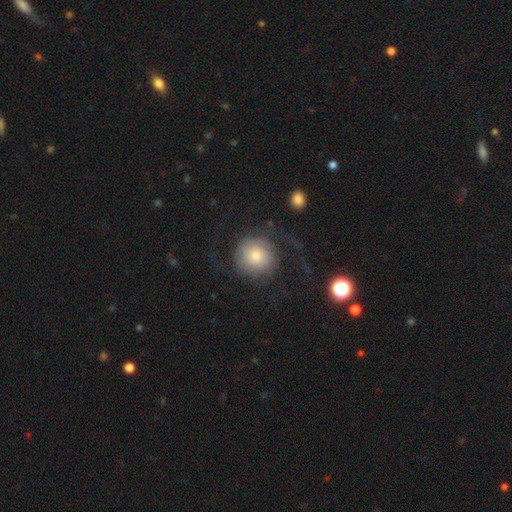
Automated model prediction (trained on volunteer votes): The model was most divided on "smooth or featured": featured or disk: 50%, smooth: 42%, star or artifact: 8%. More confident: merging — none (54%).